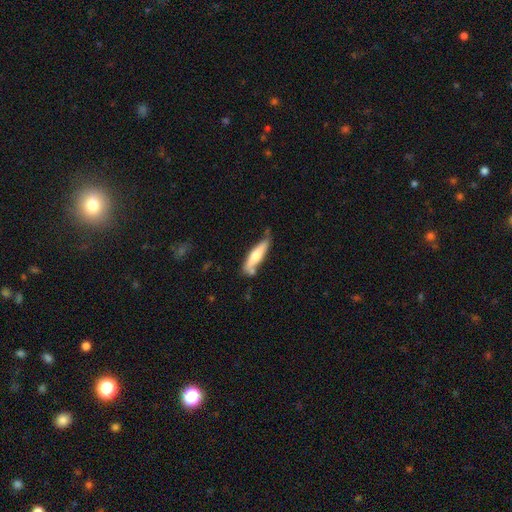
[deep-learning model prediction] Smooth or featured: smooth — 62% (featured or disk — 33%)
How rounded: cigar-shaped — 77% (in between — 21%)
Merging: none — 58% (minor disturbance — 26%)